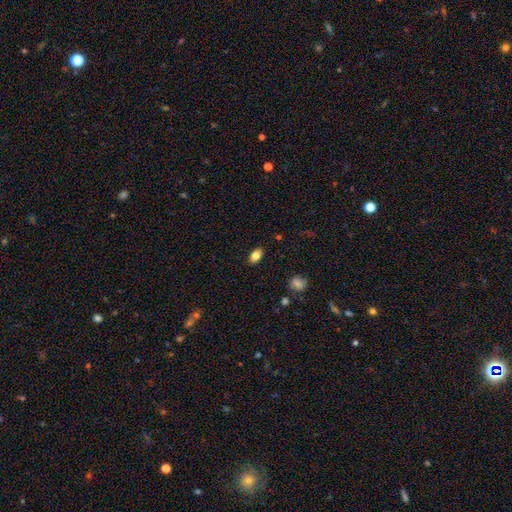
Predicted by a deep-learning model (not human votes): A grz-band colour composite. It shows a smooth galaxy with no disk features (81%) that is in between round and cigar-shaped (88%). Merging: none (88%).